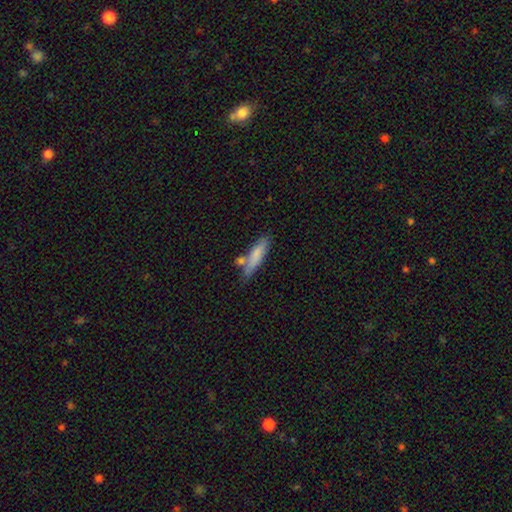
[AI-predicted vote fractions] This is likely a smooth galaxy (76%). How rounded: likely cigar-shaped (77%). Merging: likely none (64%).